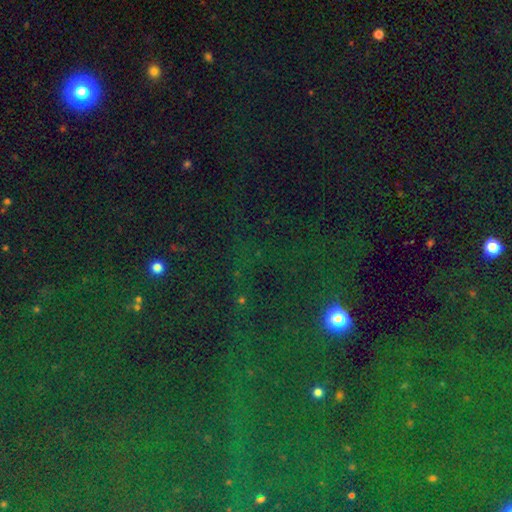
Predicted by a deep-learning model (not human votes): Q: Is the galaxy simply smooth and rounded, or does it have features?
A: star or artifact — 80%.